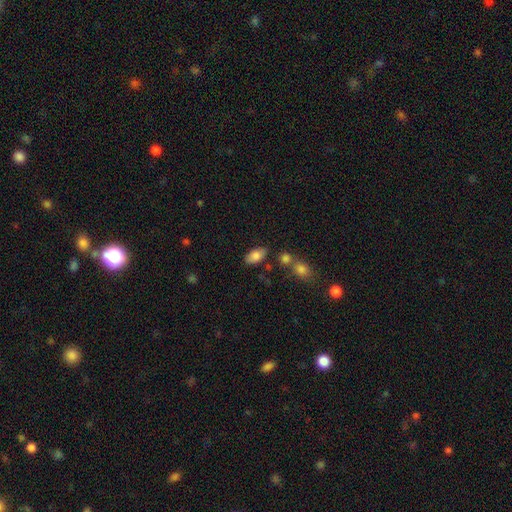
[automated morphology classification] type=smooth (82%); roundness=in between (92%); merging=none (74%).